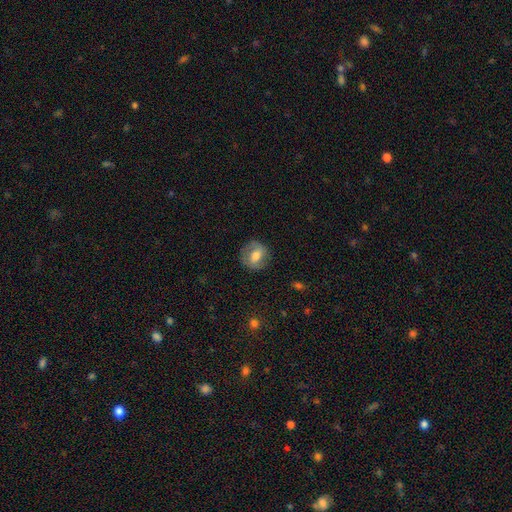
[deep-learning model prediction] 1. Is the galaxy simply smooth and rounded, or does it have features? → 57% smooth, 35% featured or disk, 8% star or artifact.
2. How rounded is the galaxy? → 74% round, 24% in between, 1% cigar-shaped.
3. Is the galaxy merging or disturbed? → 79% none, 14% minor disturbance, 5% major disturbance, 1% merger.